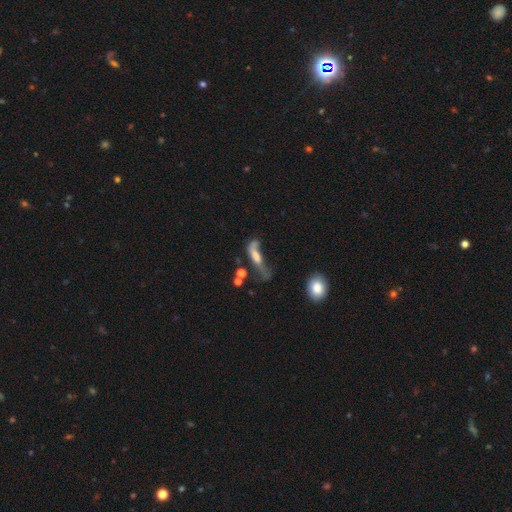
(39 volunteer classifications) This is possibly a featured or disk galaxy (46%). It is possibly viewed edge-on (50%, tied with no). Edge-on bulge: marginally boxy (44%, tied with none). Merging: possibly major disturbance (46%).